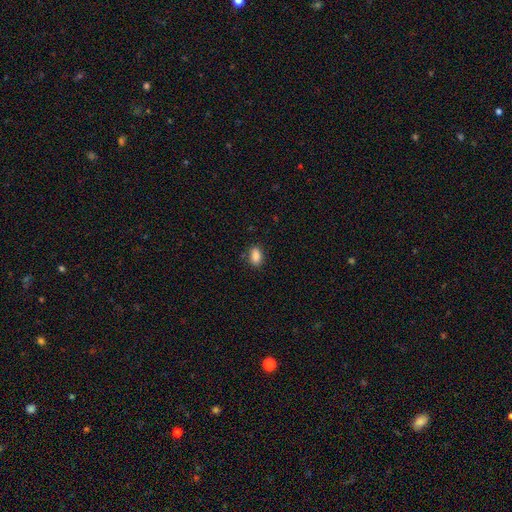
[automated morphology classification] Overall: smooth (87%). How rounded: in between (86%). Merging: none (85%).